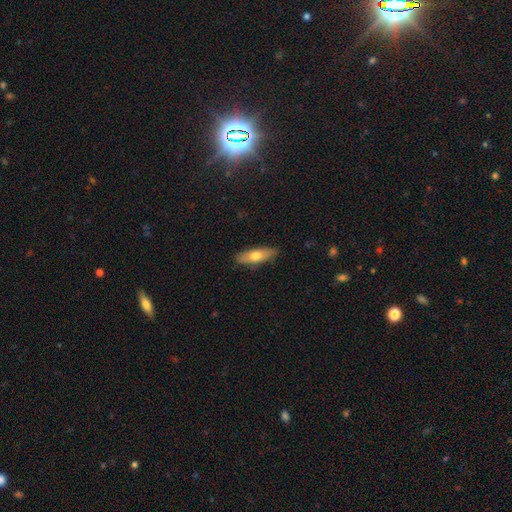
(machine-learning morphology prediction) Smooth or featured? Predicted: smooth (p=0.66). How rounded? Predicted: in between (p=0.49). Merging? Predicted: none (p=0.87).